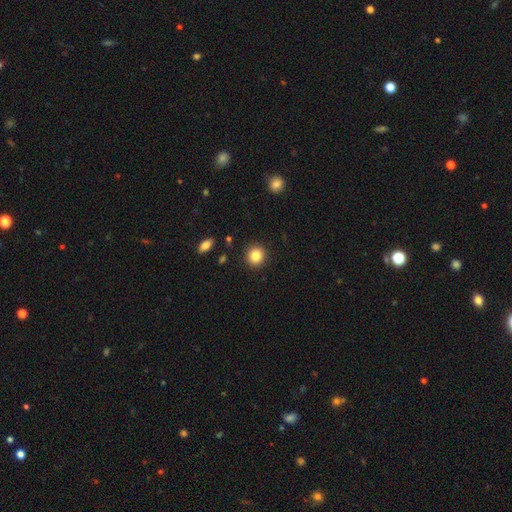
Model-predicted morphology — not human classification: A smooth galaxy with no disk features (83%) that is round (90%).

Vote fractions:
- Smooth or featured? smooth: 83% / star or artifact: 10% / featured or disk: 6%
- How rounded? round: 90% / in between: 9% / cigar-shaped: 1%
- Merging? none: 91% / minor disturbance: 6% / major disturbance: 2% / merger: 1%